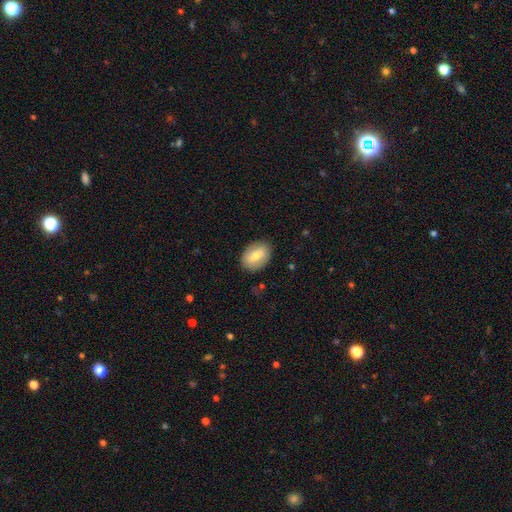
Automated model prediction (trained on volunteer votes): Smooth or featured: smooth — 69% (featured or disk — 24%)
How rounded: in between — 82% (round — 17%)
Merging: none — 84% (minor disturbance — 12%)